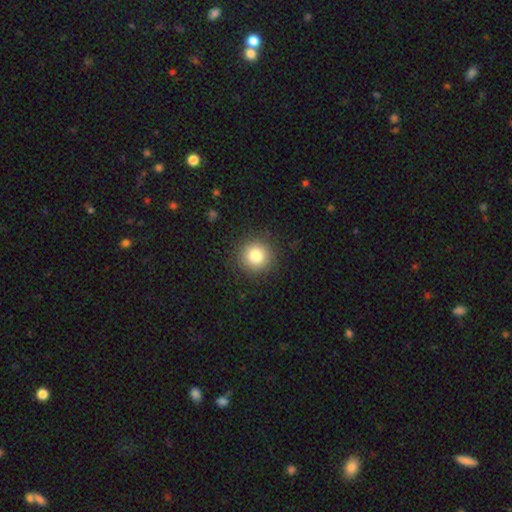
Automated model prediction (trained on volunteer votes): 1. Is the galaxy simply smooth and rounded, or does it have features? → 82% smooth, 10% star or artifact, 8% featured or disk.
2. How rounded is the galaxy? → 95% round, 4% in between, 1% cigar-shaped.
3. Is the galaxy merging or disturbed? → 91% none, 6% minor disturbance, 2% major disturbance, 1% merger.